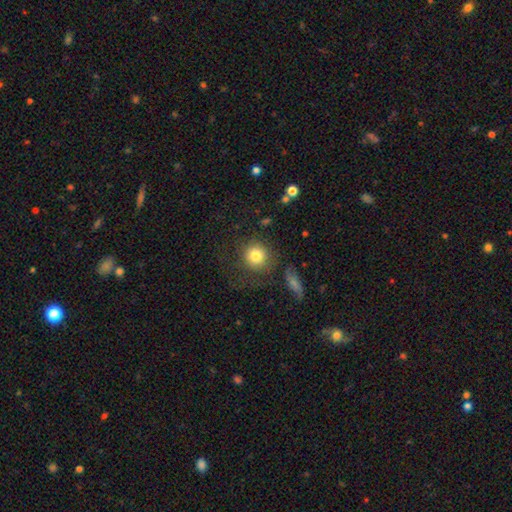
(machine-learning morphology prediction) smooth_or_featured: smooth (p=0.80) [alt: featured or disk p=0.10]
how_rounded: round (p=0.90) [alt: in between p=0.09]
merging: none (p=0.71) [alt: minor disturbance p=0.13]